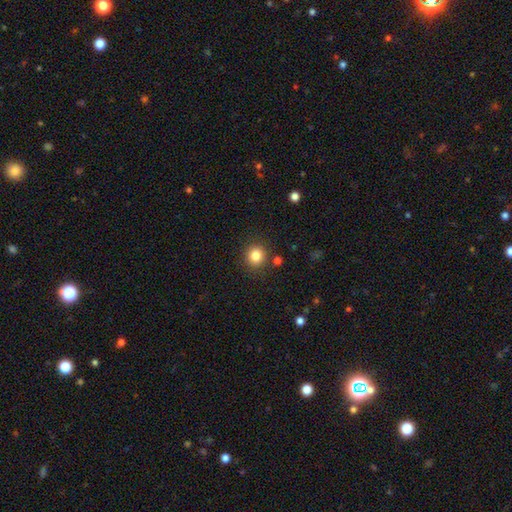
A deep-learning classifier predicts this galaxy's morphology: Smooth or featured? smooth (84%)
How rounded? round (89%)
Merging? none (87%)